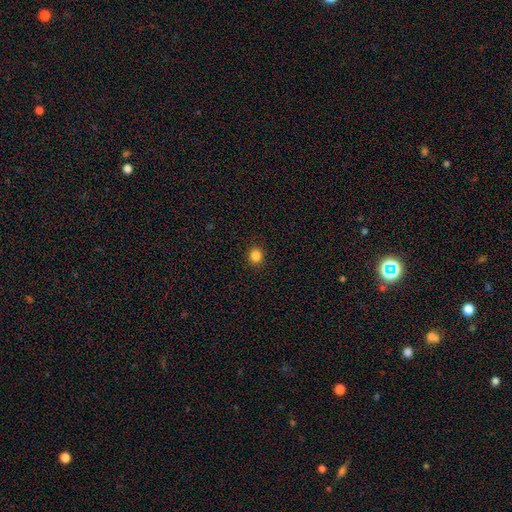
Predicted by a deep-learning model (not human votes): Smooth or featured?
  - smooth: 85% *
  - star or artifact: 12%
  - featured or disk: 4%
How rounded?
  - round: 81% *
  - in between: 19%
  - cigar-shaped: 1%
Merging?
  - none: 92% *
  - minor disturbance: 5%
  - major disturbance: 2%
  - merger: 1%